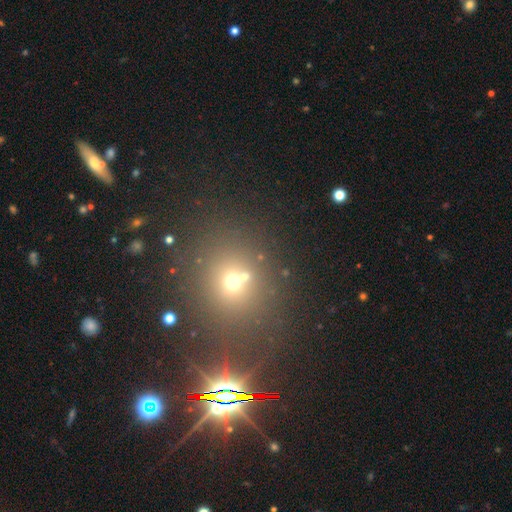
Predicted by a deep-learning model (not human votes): smooth_or_featured: star or artifact (p=0.49) [alt: smooth p=0.40]